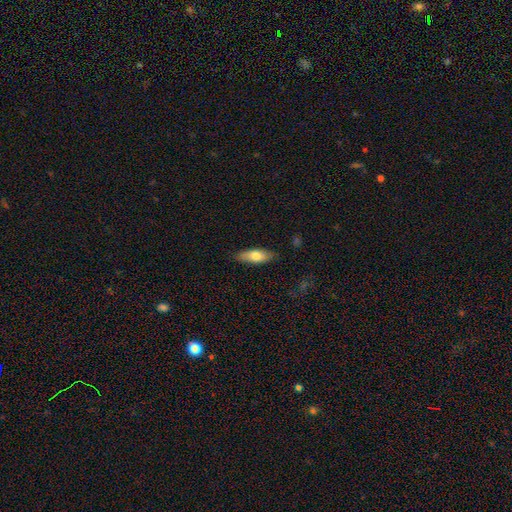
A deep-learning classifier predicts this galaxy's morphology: This appears to be a smooth galaxy with no disk features (71%) that is in between round and cigar-shaped (65%). Merging: none (86%).